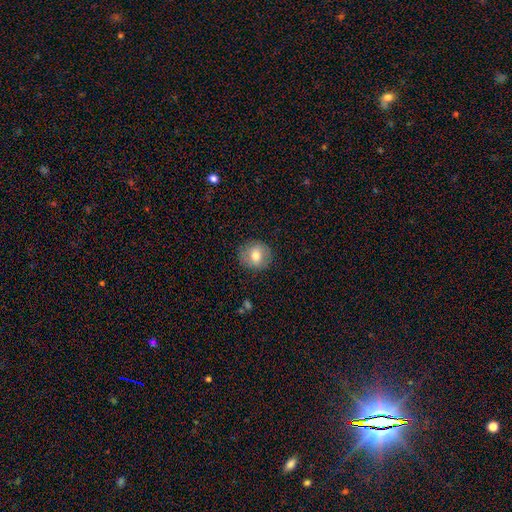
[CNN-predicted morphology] Smooth or featured? Predicted: smooth (p=0.71). How rounded? Predicted: round (p=0.88). Merging? Predicted: none (p=0.86).